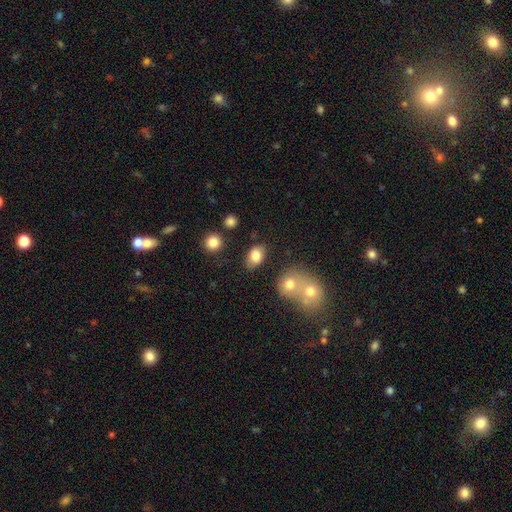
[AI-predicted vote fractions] smooth-or-featured: smooth: 83% | star or artifact: 9% | featured or disk: 9%
  how-rounded: in between: 84% | round: 15% | cigar-shaped: 1%
  merging: none: 74% | minor disturbance: 15% | merger: 7% | major disturbance: 4%